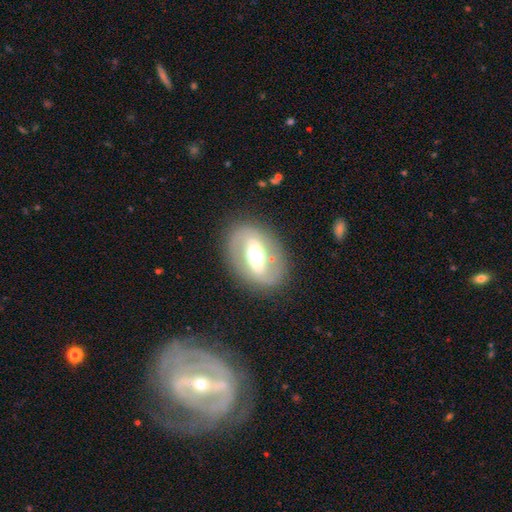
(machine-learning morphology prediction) Overall: featured or disk (73%). Edge-on disk: no (92%). Bar: strong (54%; weak 29%). Spiral arms: yes (55%; no 45%). Bulge size: moderate (55%; large 32%). Merging: none (82%).